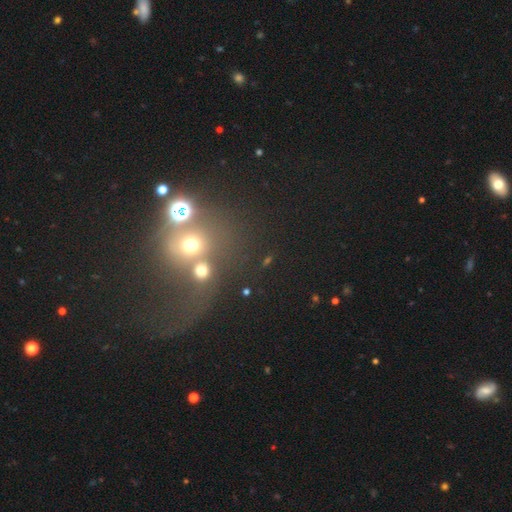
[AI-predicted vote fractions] A star or artifact, not a galaxy (39%).